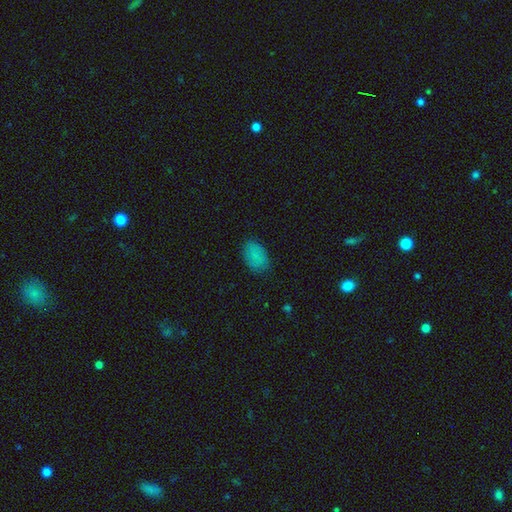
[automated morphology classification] Smooth or featured? Predicted: smooth (p=0.84). How rounded? Predicted: in between (p=0.90). Merging? Predicted: none (p=0.81).